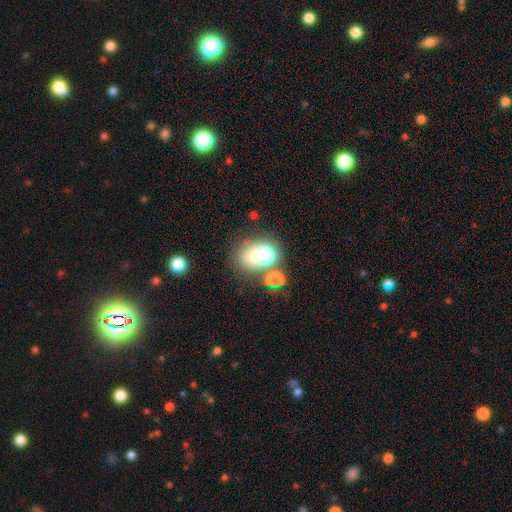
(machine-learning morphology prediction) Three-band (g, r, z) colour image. It shows a smooth galaxy with no disk features (58%) that is round (64%). Merging: none (45%).